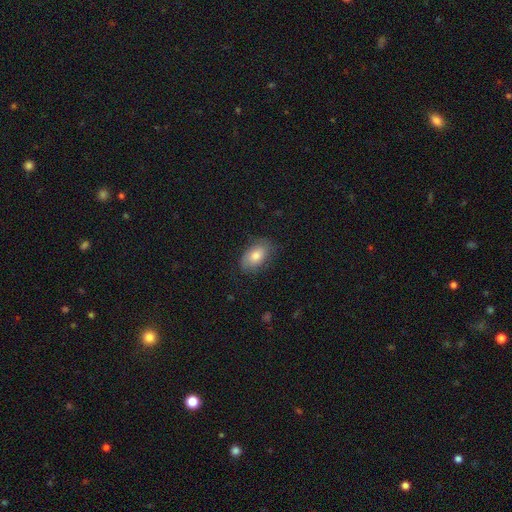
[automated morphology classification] Smooth or featured? smooth (78%)
How rounded? in between (90%)
Merging? none (77%)